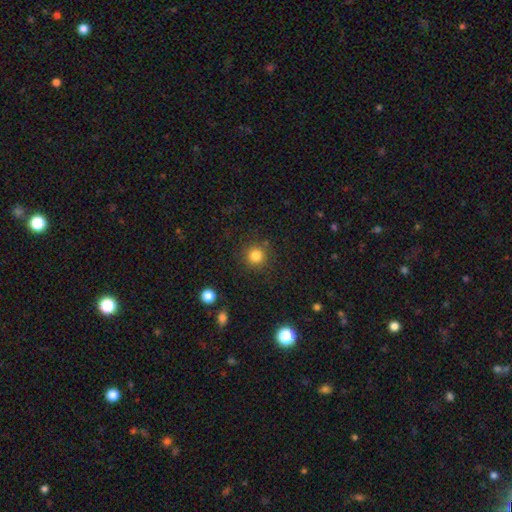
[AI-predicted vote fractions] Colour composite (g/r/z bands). It shows a smooth galaxy with no disk features (83%) that is round (94%). Merging: none (87%).